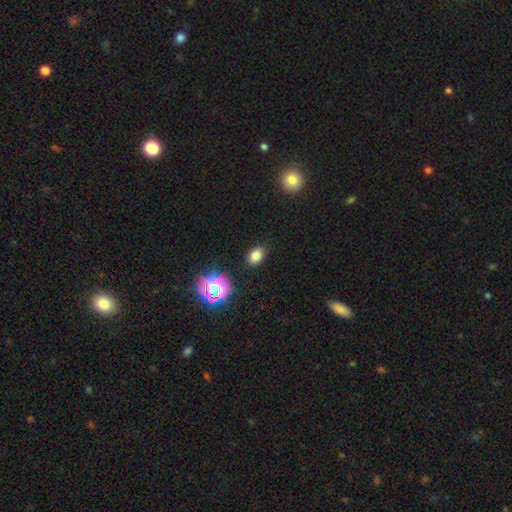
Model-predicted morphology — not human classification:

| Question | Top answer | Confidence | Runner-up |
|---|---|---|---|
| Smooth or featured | smooth | 77% | star or artifact (18%) |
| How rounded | in between | 72% | round (27%) |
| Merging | none | 86% | minor disturbance (10%) |